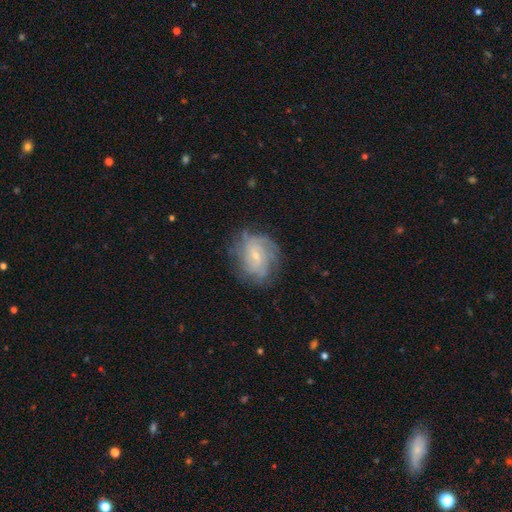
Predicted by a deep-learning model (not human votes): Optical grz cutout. It shows a featured or disk galaxy (78%) with no bar (48%), tight (58%) spiral arms (93%) and a small central bulge (73%). Merging: none (71%).